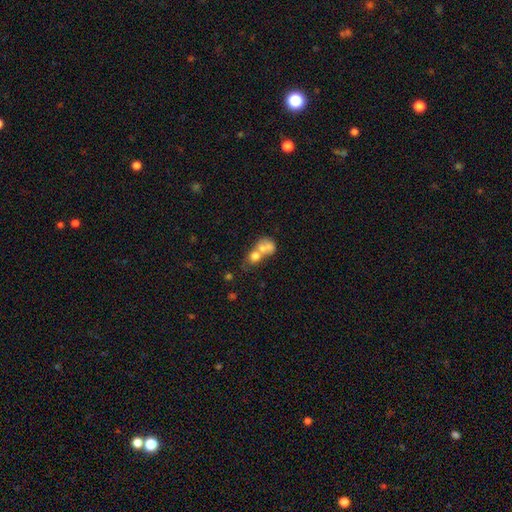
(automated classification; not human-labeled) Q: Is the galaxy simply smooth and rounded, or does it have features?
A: smooth — 67%.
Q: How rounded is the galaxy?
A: round — 60%.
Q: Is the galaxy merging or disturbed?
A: merger — 72%.